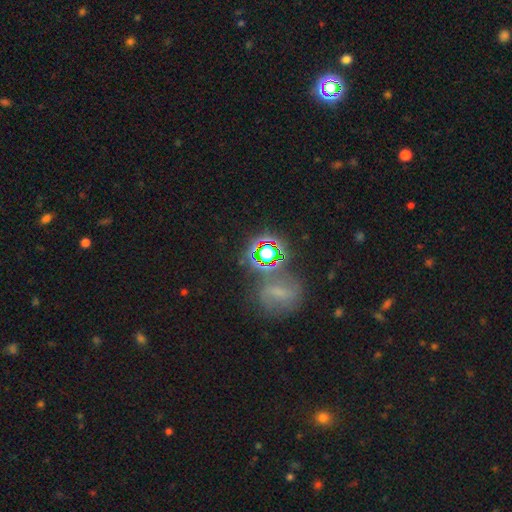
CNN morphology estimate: The model was most divided on "smooth or featured": star or artifact: 59%, smooth: 22%, featured or disk: 19%.